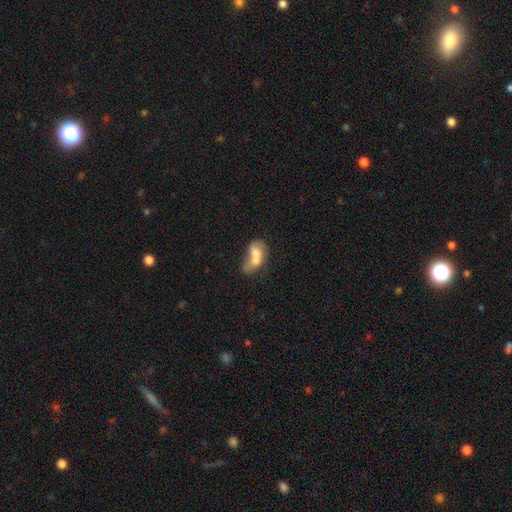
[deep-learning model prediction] smooth 57%, featured or disk 34%, star or artifact 9%. Down the decision tree: how rounded — in between (80%); merging — merger (67%).